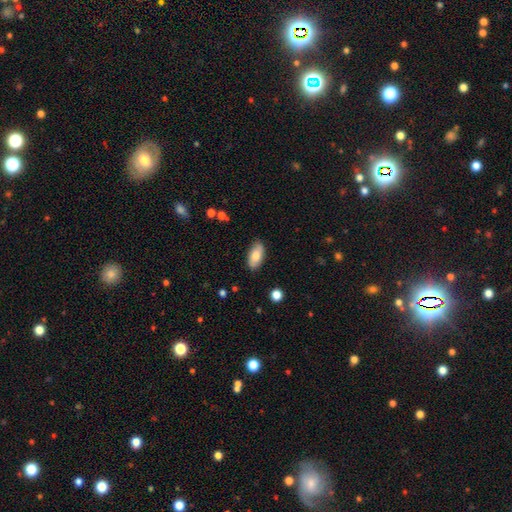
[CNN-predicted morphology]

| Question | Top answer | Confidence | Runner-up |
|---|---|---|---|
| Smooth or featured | smooth | 78% | featured or disk (16%) |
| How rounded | in between | 92% | cigar-shaped (6%) |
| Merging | none | 85% | minor disturbance (12%) |